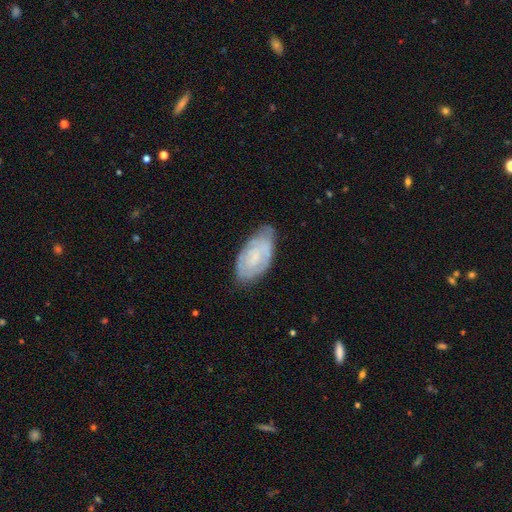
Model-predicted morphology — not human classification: A featured or disk galaxy (60%) with no bar (64%), spiral arms (71%) and a small central bulge (47%).

Vote fractions:
- Smooth or featured? featured or disk: 60% / smooth: 32% / star or artifact: 7%
- Edge-on disk? no: 95% / yes: 5%
- Bar? no: 64% / weak: 30% / strong: 6%
- Spiral arms? yes: 71% / no: 29%
- Bulge size? small: 47% / none: 30% / moderate: 19% / large: 3% / dominant: 1%
- Merging? none: 62% / minor disturbance: 28% / major disturbance: 8% / merger: 2%